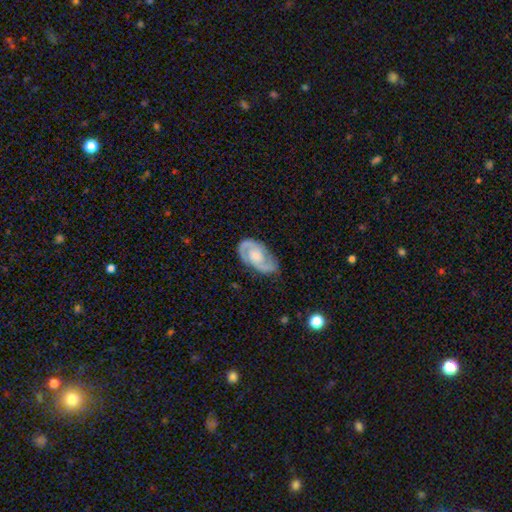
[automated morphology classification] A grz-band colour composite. It shows a featured or disk galaxy (84%) with no bar (61%), 2 (89%) medium (47%) spiral arms (95%) and a moderate central bulge (41%). Merging: none (77%).